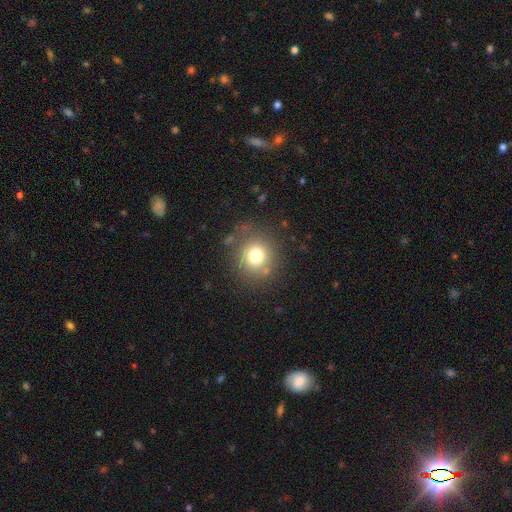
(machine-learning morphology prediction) Overall: smooth (75%). How rounded: round (91%). Merging: none (80%).